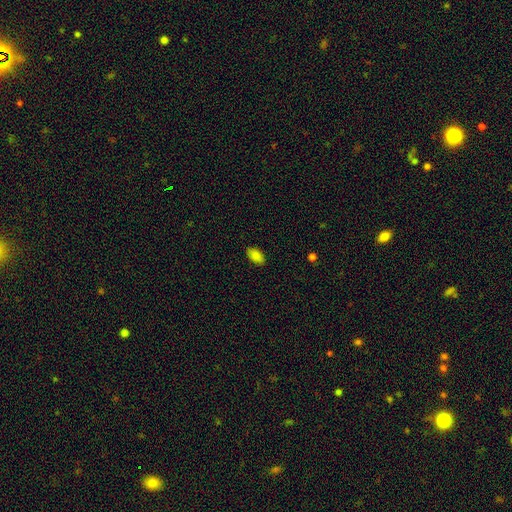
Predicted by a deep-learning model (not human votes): Q: Smooth or featured?
A: smooth (86%); runner-up: star or artifact (9%)
Q: How rounded?
A: in between (93%); runner-up: round (5%)
Q: Merging?
A: none (87%); runner-up: minor disturbance (10%)